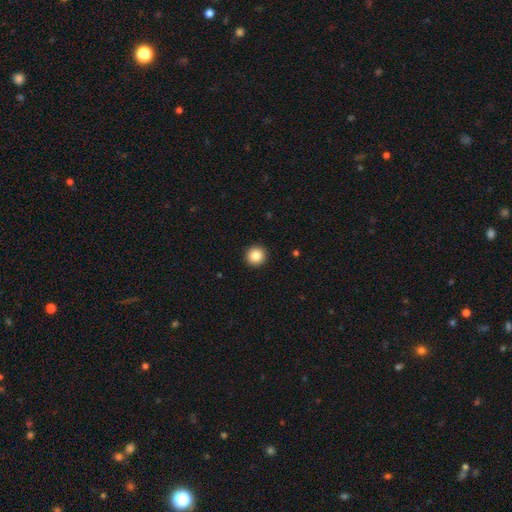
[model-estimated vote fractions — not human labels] This appears to be a smooth galaxy with no disk features (84%) that is round (95%). Merging: none (93%).